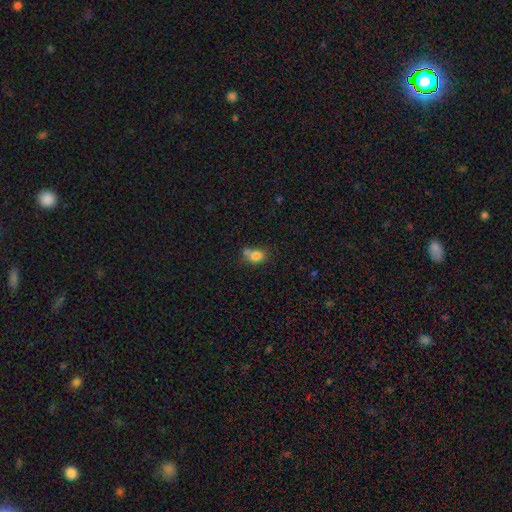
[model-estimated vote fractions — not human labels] Overall: smooth (79%). How rounded: in between (50%; round 49%). Merging: none (44%; merger 35%).